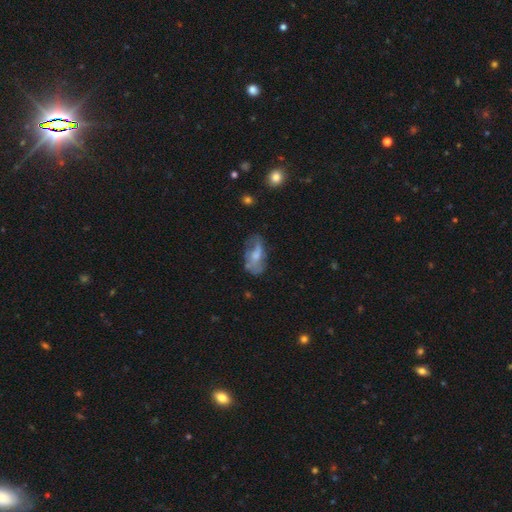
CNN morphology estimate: This is possibly a featured or disk galaxy (49%). Merging: possibly none (45%).